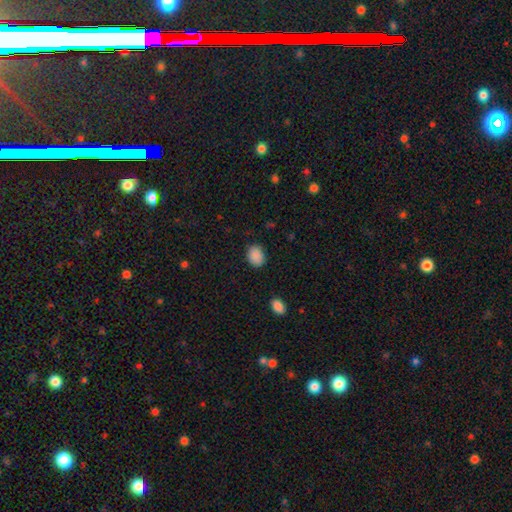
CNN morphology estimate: type=smooth (89%); roundness=in between (67%); merging=none (86%).